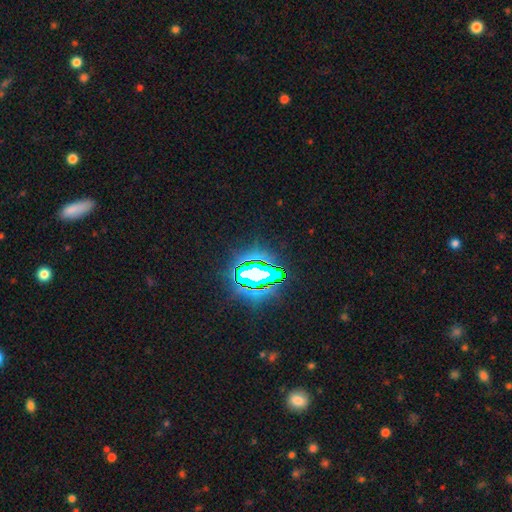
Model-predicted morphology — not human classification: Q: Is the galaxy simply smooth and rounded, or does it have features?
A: star or artifact — 83%.